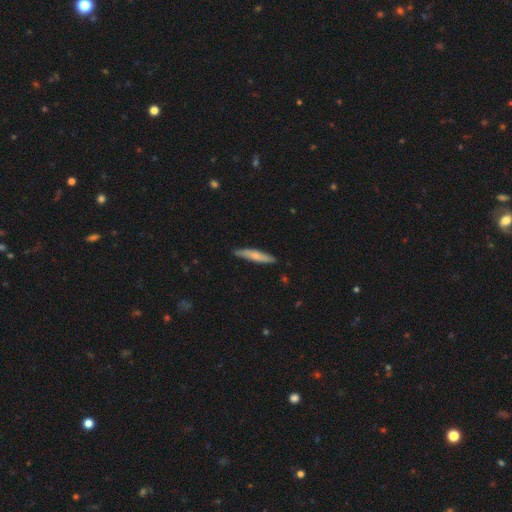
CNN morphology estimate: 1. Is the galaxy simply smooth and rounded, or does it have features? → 63% smooth, 31% featured or disk, 5% star or artifact.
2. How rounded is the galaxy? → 89% cigar-shaped, 9% in between, 1% round.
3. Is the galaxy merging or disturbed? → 85% none, 12% minor disturbance, 2% major disturbance, 1% merger.